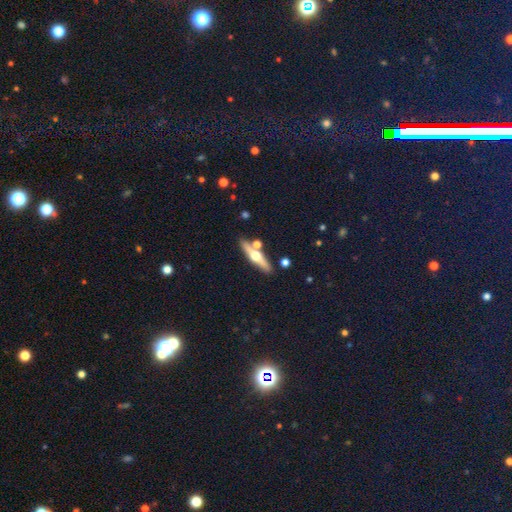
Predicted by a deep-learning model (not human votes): Smooth or featured? Predicted: featured or disk (p=0.63). Edge-on disk? Predicted: yes (p=0.94). Edge-on bulge? Predicted: rounded (p=0.96). Merging? Predicted: none (p=0.80).